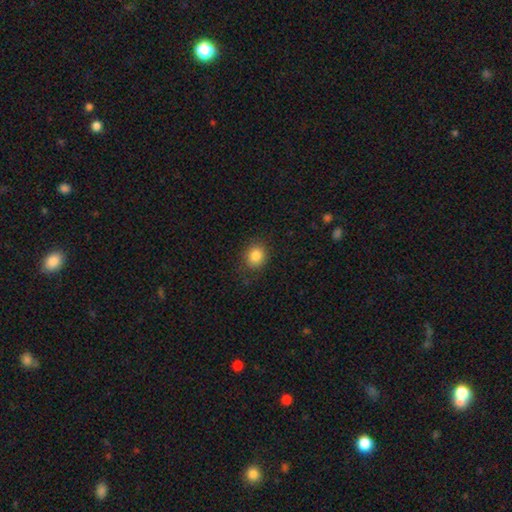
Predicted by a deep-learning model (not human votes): Overall: smooth (85%). How rounded: round (69%; in between 30%). Merging: none (83%).